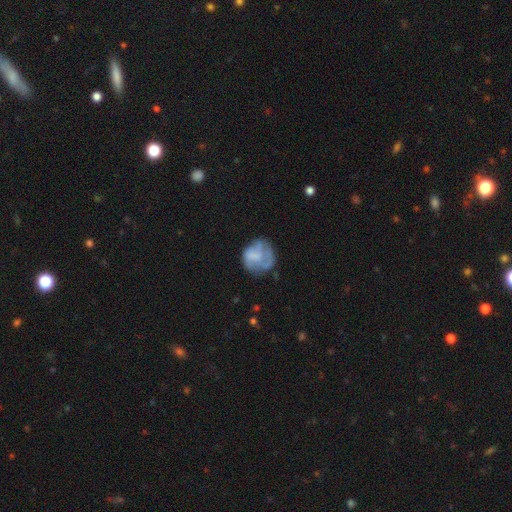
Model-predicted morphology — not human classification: This is possibly a smooth galaxy (50%). How rounded: likely round (78%). Merging: possibly none (53%).